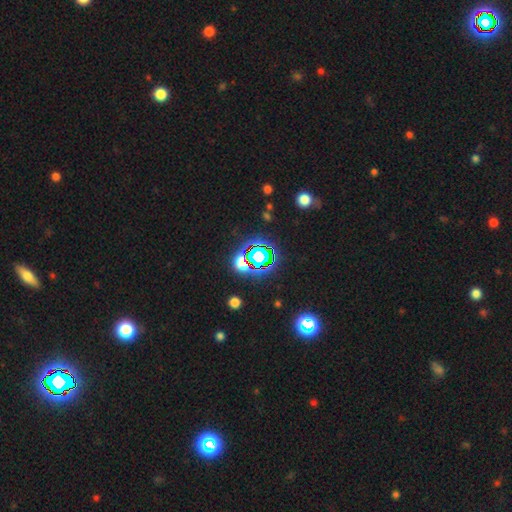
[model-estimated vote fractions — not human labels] Smooth or featured?
  - star or artifact: 75% *
  - smooth: 16%
  - featured or disk: 9%